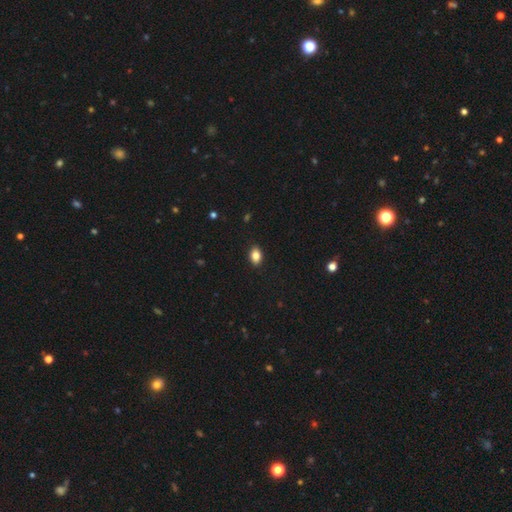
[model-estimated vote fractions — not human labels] Smooth or featured?
  - smooth: 85% *
  - star or artifact: 9%
  - featured or disk: 6%
How rounded?
  - in between: 83% *
  - round: 15%
  - cigar-shaped: 2%
Merging?
  - none: 89% *
  - minor disturbance: 8%
  - major disturbance: 2%
  - merger: 1%